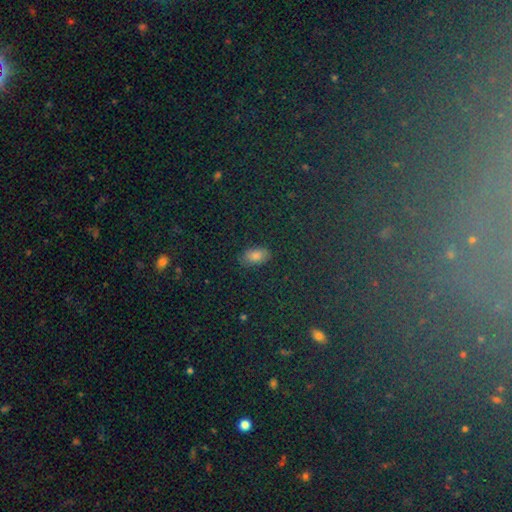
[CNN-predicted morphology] smooth-or-featured: smooth: 60% | star or artifact: 30% | featured or disk: 10%
  how-rounded: in between: 86% | round: 9% | cigar-shaped: 5%
  merging: none: 88% | minor disturbance: 7% | major disturbance: 3% | merger: 2%